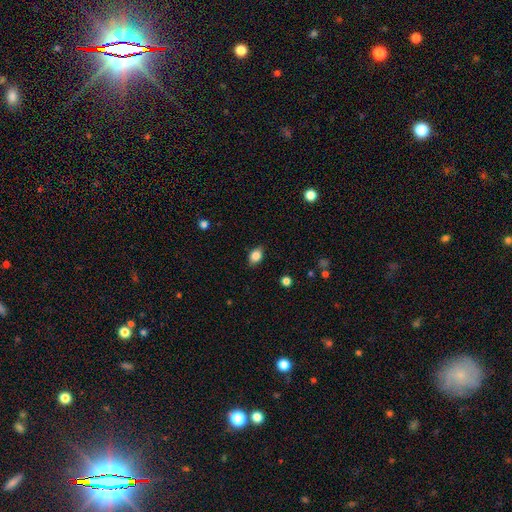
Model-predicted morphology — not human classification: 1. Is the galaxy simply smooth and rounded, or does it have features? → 84% smooth, 9% star or artifact, 8% featured or disk.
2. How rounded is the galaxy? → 75% in between, 23% round, 2% cigar-shaped.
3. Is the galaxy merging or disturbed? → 82% none, 14% minor disturbance, 3% major disturbance, 1% merger.